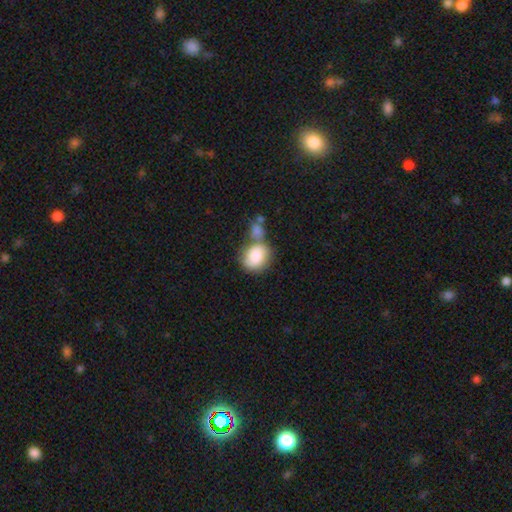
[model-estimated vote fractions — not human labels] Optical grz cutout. It shows a smooth galaxy with no disk features (81%) that is round (53%). Merging: merger (44%).